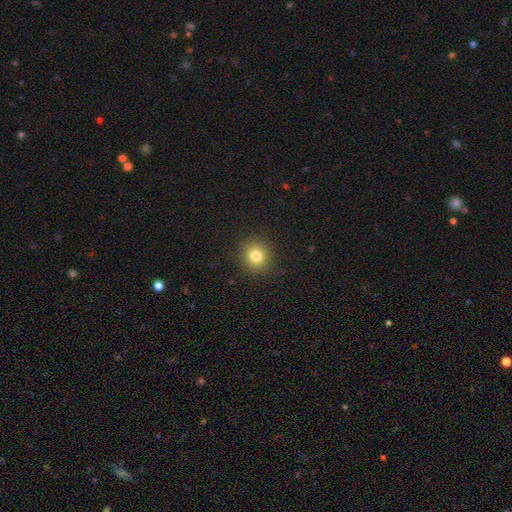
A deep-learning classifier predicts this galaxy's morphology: A smooth galaxy with no disk features (81%) that is round (86%). Merging: none (91%).